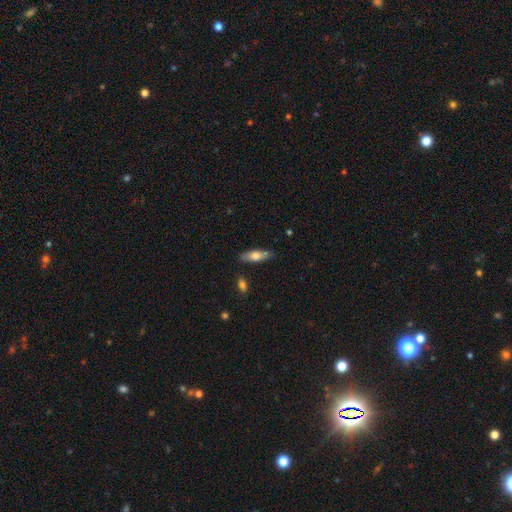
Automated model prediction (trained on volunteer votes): Smooth or featured?
  - smooth: 65% *
  - featured or disk: 29%
  - star or artifact: 6%
How rounded?
  - in between: 49% * (tied)
  - cigar-shaped: 49% * (tied)
  - round: 2%
Merging?
  - none: 85% *
  - minor disturbance: 11%
  - major disturbance: 2%
  - merger: 2%